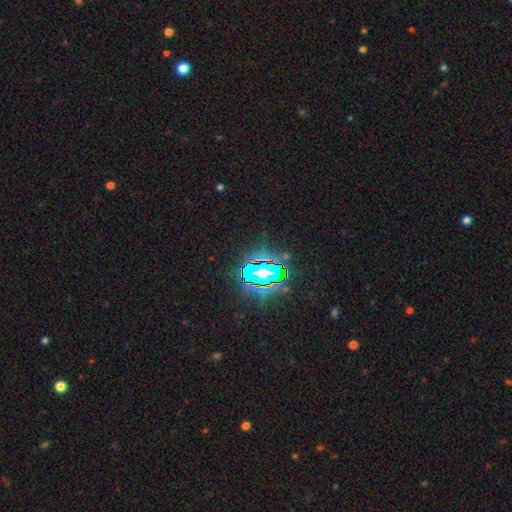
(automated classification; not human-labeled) smooth-or-featured: star or artifact: 84% | smooth: 9% | featured or disk: 7%